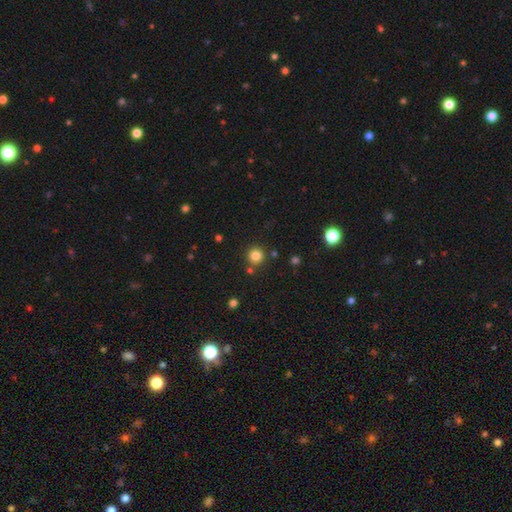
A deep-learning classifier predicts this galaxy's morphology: This appears to be a smooth galaxy with no disk features (82%) that is round (95%). Merging: none (85%).